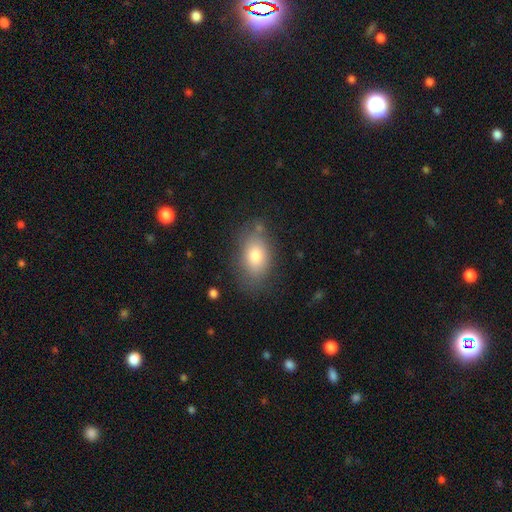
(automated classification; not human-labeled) Smooth or featured?
  - smooth: 77% *
  - featured or disk: 14%
  - star or artifact: 9%
How rounded?
  - in between: 88% *
  - round: 10%
  - cigar-shaped: 2%
Merging?
  - none: 77% *
  - minor disturbance: 16%
  - major disturbance: 4%
  - merger: 3%